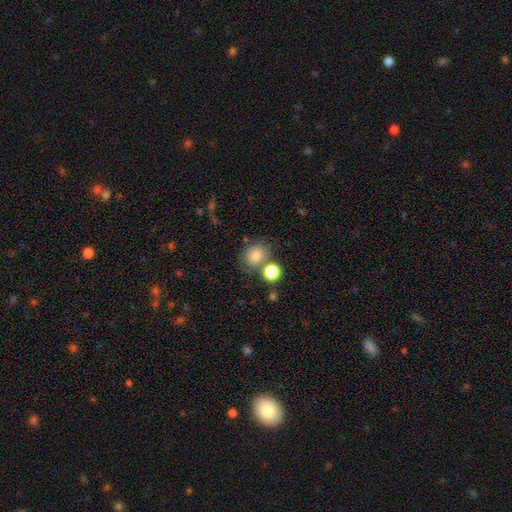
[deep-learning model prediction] Morphology: type=smooth (78%); roundness=round (65%); merging=none (63%).